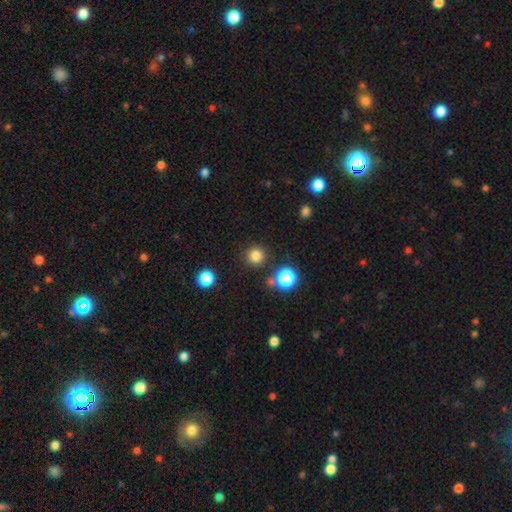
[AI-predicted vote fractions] A smooth galaxy with no disk features (80%) that is round (95%).

Vote fractions:
- Smooth or featured? smooth: 80% / star or artifact: 15% / featured or disk: 5%
- How rounded? round: 95% / in between: 4% / cigar-shaped: 1%
- Merging? none: 88% / minor disturbance: 6% / merger: 3% / major disturbance: 3%